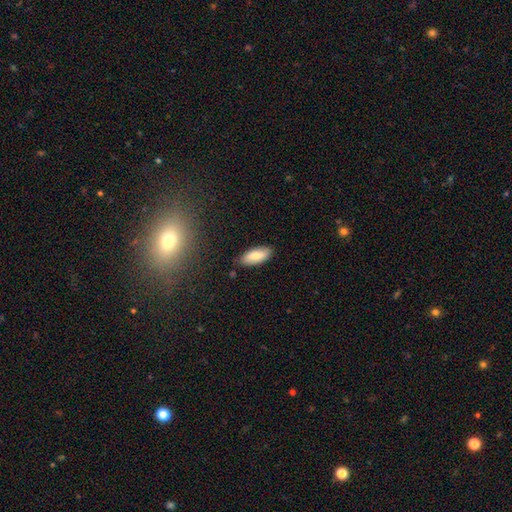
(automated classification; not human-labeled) This is likely a smooth galaxy (80%). How rounded: clearly in between (83%). Merging: clearly none (85%).